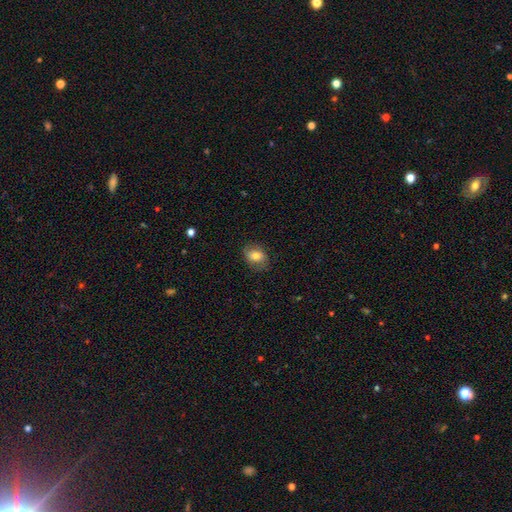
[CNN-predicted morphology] Overall: smooth (72%). How rounded: in between (66%; round 32%). Merging: none (76%).